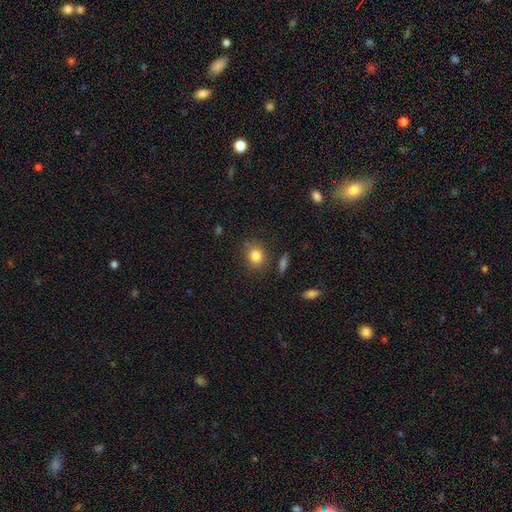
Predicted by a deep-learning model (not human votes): This appears to be a smooth galaxy with no disk features (83%) that is round (61%). Merging: none (79%).